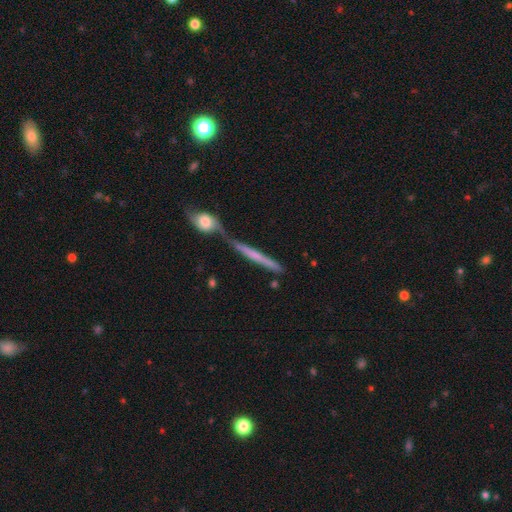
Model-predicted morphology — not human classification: A featured or disk galaxy (50%). Merging: none (49%).